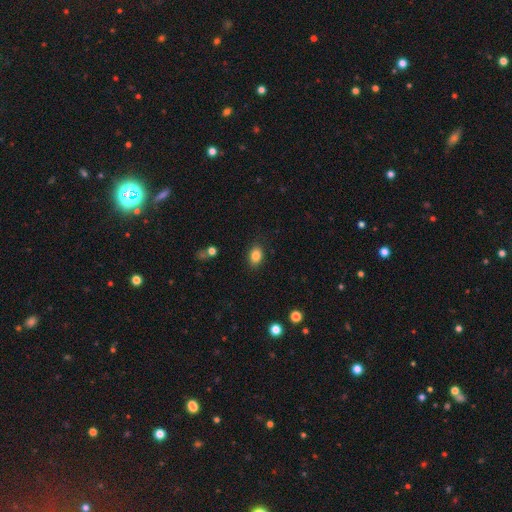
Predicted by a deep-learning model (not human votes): This appears to be a smooth galaxy with no disk features (84%) that is in between round and cigar-shaped (74%). Merging: none (86%).